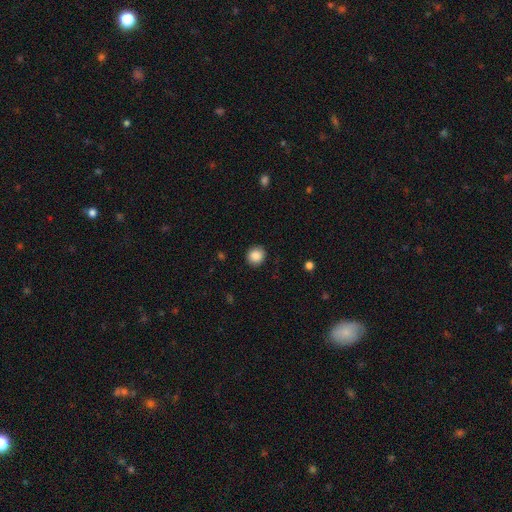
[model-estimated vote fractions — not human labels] Q: Smooth or featured?
A: smooth (88%); runner-up: star or artifact (9%)
Q: How rounded?
A: round (85%); runner-up: in between (14%)
Q: Merging?
A: none (89%); runner-up: minor disturbance (8%)